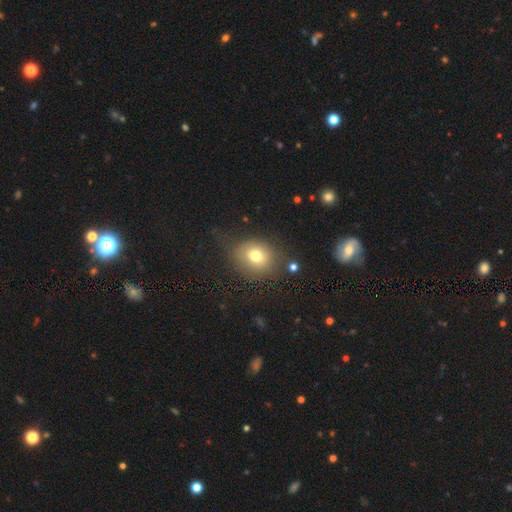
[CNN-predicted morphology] This appears to be a smooth galaxy with no disk features (72%) that is round (66%). Merging: none (63%).